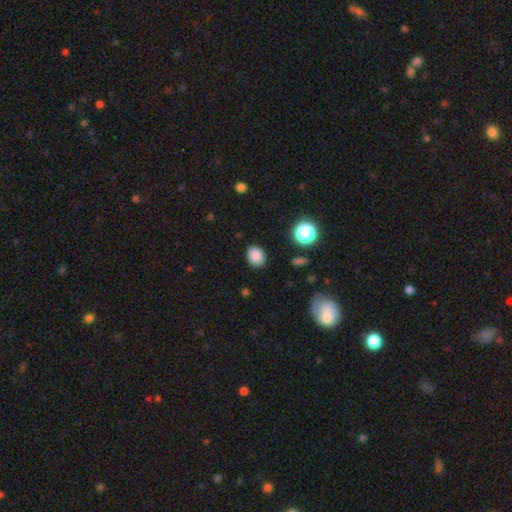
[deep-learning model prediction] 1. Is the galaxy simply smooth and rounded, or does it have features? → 85% smooth, 11% star or artifact, 4% featured or disk.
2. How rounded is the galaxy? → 56% in between, 43% round, 1% cigar-shaped.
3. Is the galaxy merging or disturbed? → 84% none, 11% minor disturbance, 3% major disturbance, 1% merger.